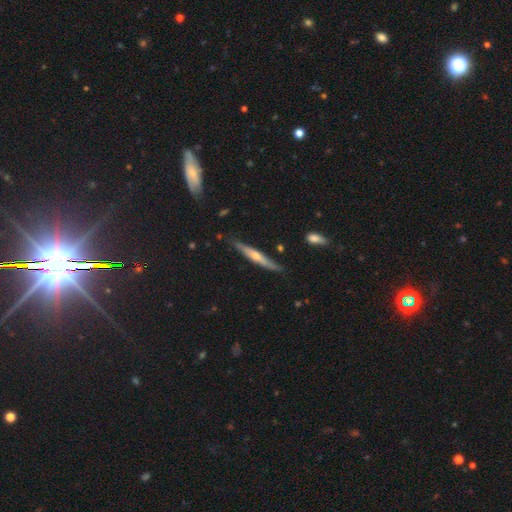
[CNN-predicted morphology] Smooth or featured? Predicted: featured or disk (p=0.60). Edge-on disk? Predicted: yes (p=0.93). Edge-on bulge? Predicted: rounded (p=0.78). Merging? Predicted: none (p=0.82).